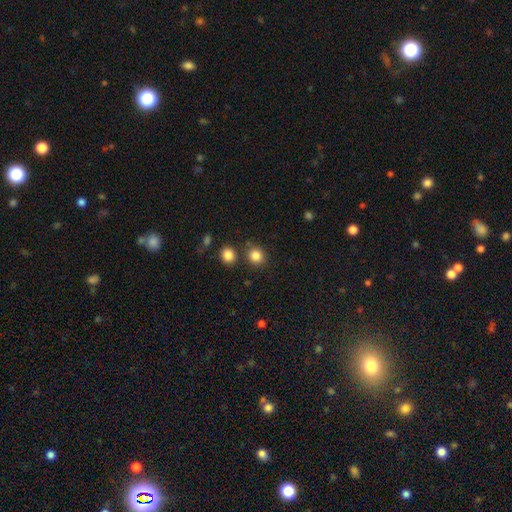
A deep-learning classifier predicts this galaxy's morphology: smooth 84%, star or artifact 11%, featured or disk 5%. Down the decision tree: how rounded — round (86%); merging — none (79%).